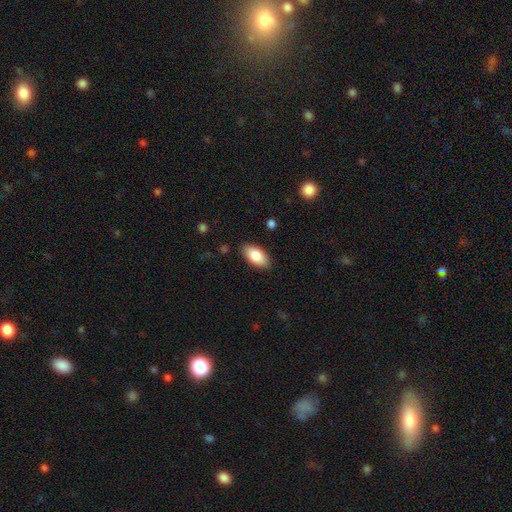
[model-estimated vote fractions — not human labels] Q: Smooth or featured?
A: smooth (83%); runner-up: featured or disk (11%)
Q: How rounded?
A: in between (93%); runner-up: cigar-shaped (4%)
Q: Merging?
A: none (87%); runner-up: minor disturbance (10%)